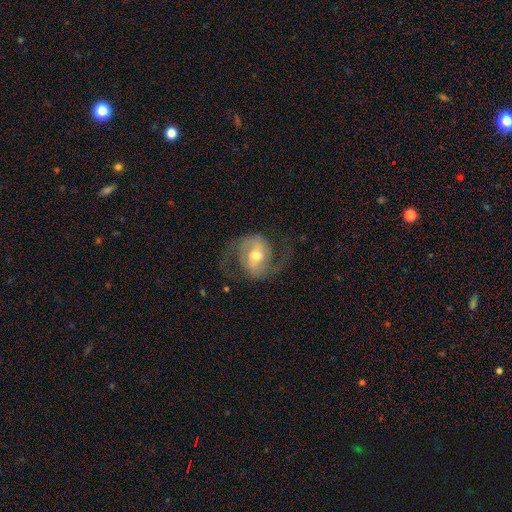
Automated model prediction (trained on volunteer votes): Smooth or featured? featured or disk (84%)
Edge-on disk? no (97%)
Bar? weak (46%)
Spiral arms? yes (94%)
Spiral winding? medium (53%)
Spiral arm count? 2 (92%)
Bulge size? moderate (69%)
Merging? none (74%)